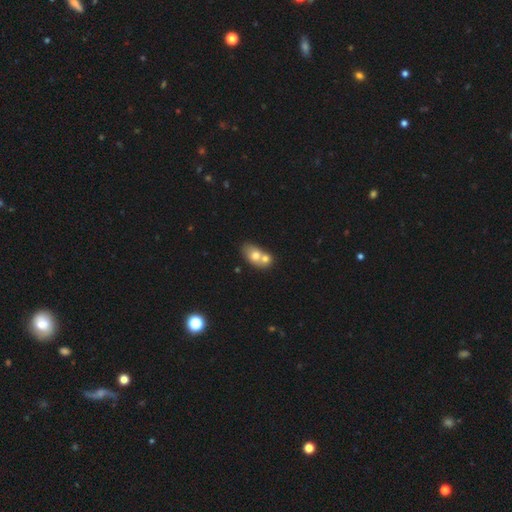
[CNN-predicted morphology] Overall: smooth (67%). How rounded: in between (73%). Merging: merger (63%; none 27%).